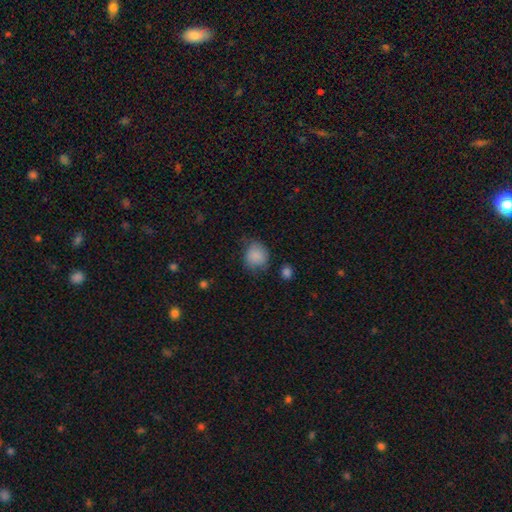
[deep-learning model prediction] smooth_or_featured: smooth (p=0.85) [alt: star or artifact p=0.09]
how_rounded: round (p=0.71) [alt: in between p=0.28]
merging: none (p=0.61) [alt: minor disturbance p=0.28]